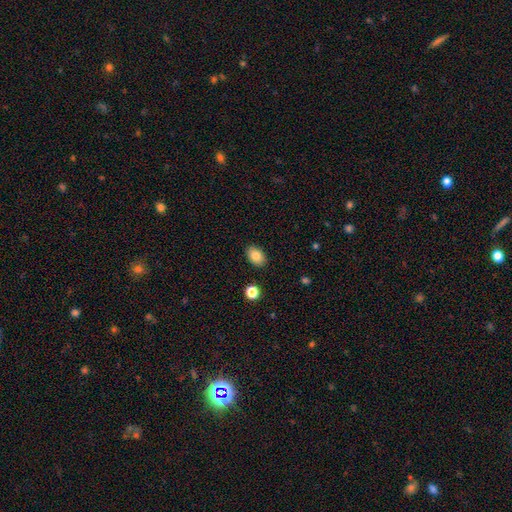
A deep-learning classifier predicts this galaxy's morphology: A smooth galaxy with no disk features (86%) that is in between round and cigar-shaped (85%). Merging: none (88%).